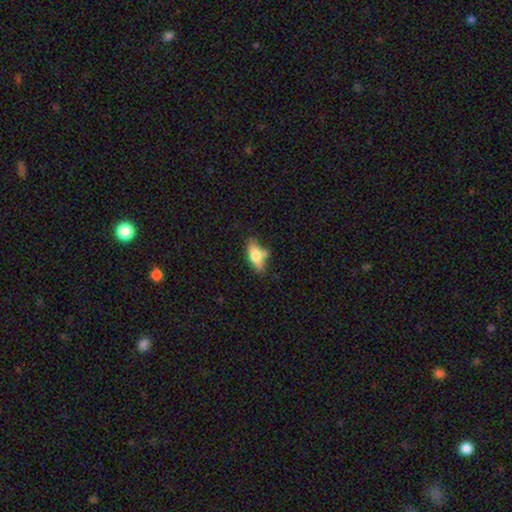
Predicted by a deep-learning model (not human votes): Q: Smooth or featured?
A: smooth (71%); runner-up: featured or disk (22%)
Q: How rounded?
A: in between (77%); runner-up: cigar-shaped (19%)
Q: Merging?
A: none (63%); runner-up: minor disturbance (19%)